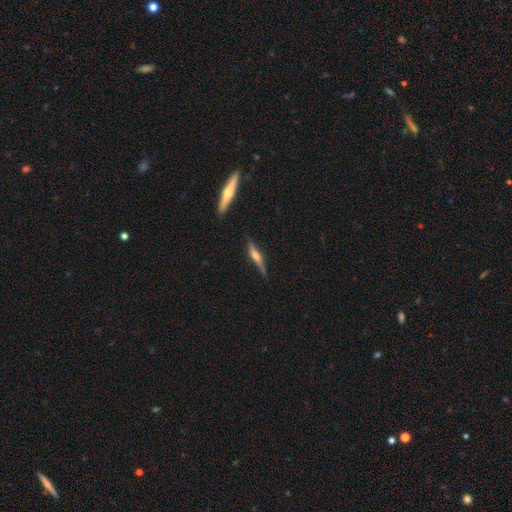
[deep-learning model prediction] Smooth or featured?
  - featured or disk: 69% *
  - smooth: 25%
  - star or artifact: 6%
Edge-on disk?
  - yes: 96% *
  - no: 4%
Edge-on bulge?
  - rounded: 86% *
  - boxy: 9%
  - none: 5%
Merging?
  - none: 82% *
  - minor disturbance: 14%
  - major disturbance: 3%
  - merger: 2%